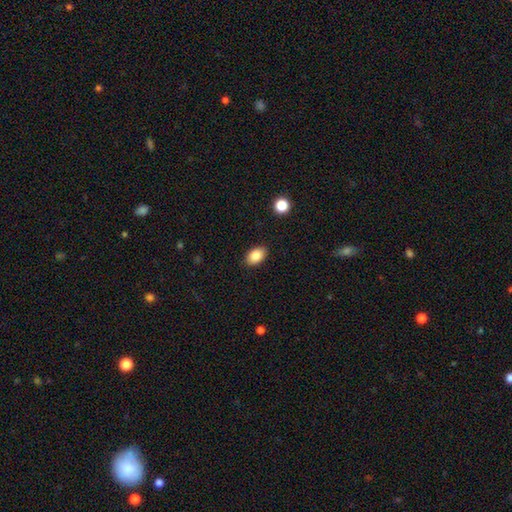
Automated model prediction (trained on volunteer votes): A smooth galaxy with no disk features (85%) that is in between round and cigar-shaped (88%).

Vote fractions:
- Smooth or featured? smooth: 85% / star or artifact: 8% / featured or disk: 7%
- How rounded? in between: 88% / round: 11% / cigar-shaped: 1%
- Merging? none: 88% / minor disturbance: 8% / major disturbance: 2% / merger: 1%